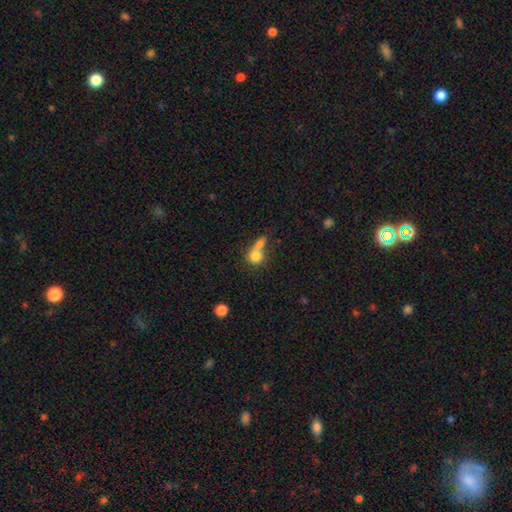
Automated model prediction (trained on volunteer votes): This appears to be a smooth galaxy with no disk features (78%) that is round (69%). Merging: merger (62%).